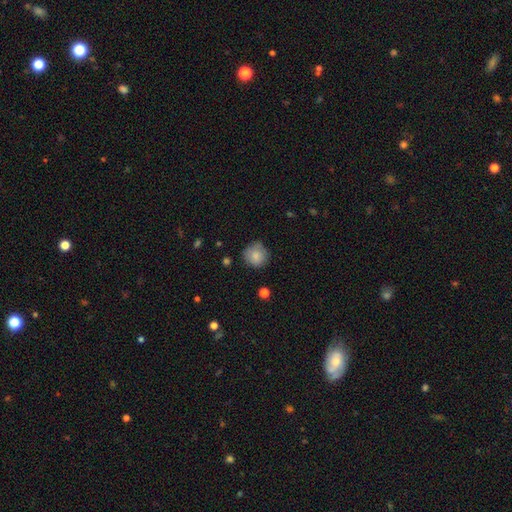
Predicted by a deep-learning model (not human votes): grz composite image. It shows a smooth galaxy with no disk features (82%) that is round (91%). Merging: none (75%).